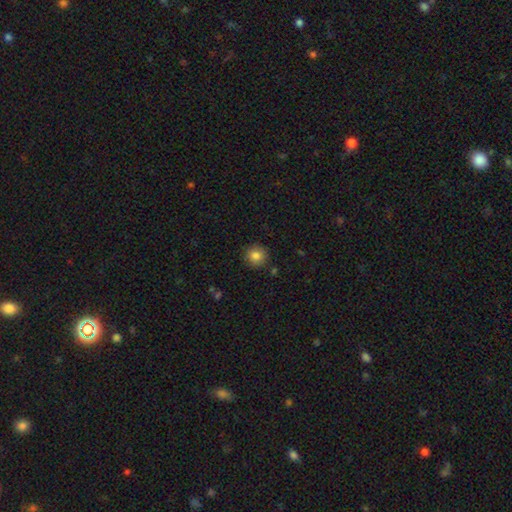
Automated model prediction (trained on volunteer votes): Q: Smooth or featured?
A: smooth (84%); runner-up: star or artifact (10%)
Q: How rounded?
A: round (93%); runner-up: in between (6%)
Q: Merging?
A: none (89%); runner-up: minor disturbance (8%)